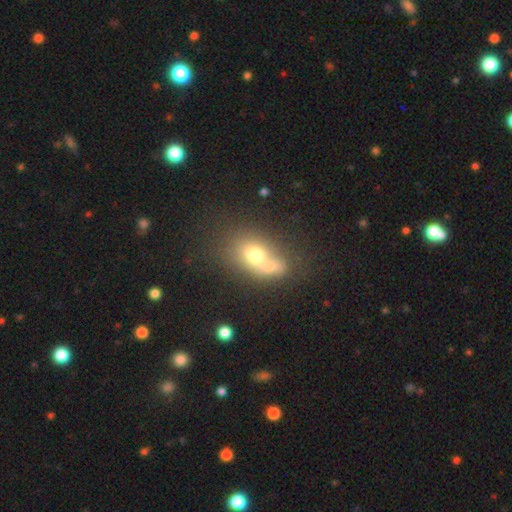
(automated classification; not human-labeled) smooth-or-featured: smooth: 67% | featured or disk: 22% | star or artifact: 11%
  how-rounded: in between: 63% | round: 35% | cigar-shaped: 2%
  merging: merger: 58% | none: 25% | minor disturbance: 10% | major disturbance: 6%